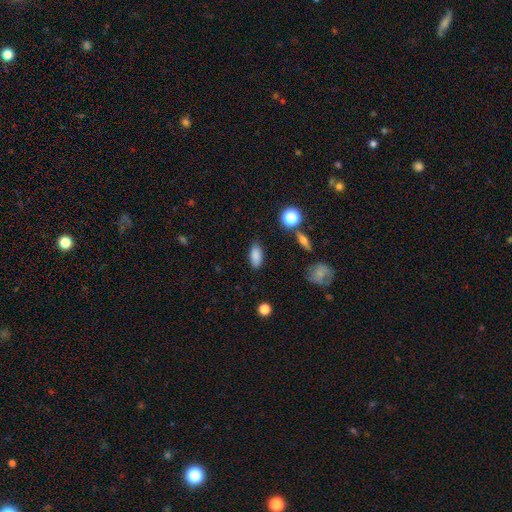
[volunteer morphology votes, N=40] Volunteers were most divided on "smooth or featured": smooth: 85%, star or artifact: 12%, featured or disk: 2%. More confident: merging — none (91%); how rounded — in between (88%).